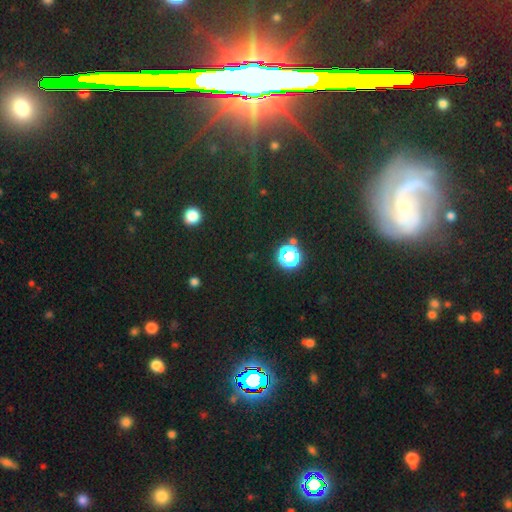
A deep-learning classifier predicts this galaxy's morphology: Overall: star or artifact (52%; featured or disk 29%).